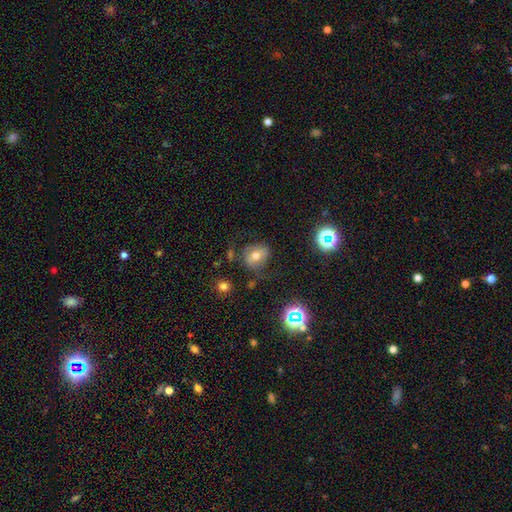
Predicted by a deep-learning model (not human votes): Smooth or featured: smooth — 55% (featured or disk — 29%)
How rounded: round — 64% (in between — 35%)
Merging: none — 58% (minor disturbance — 24%)